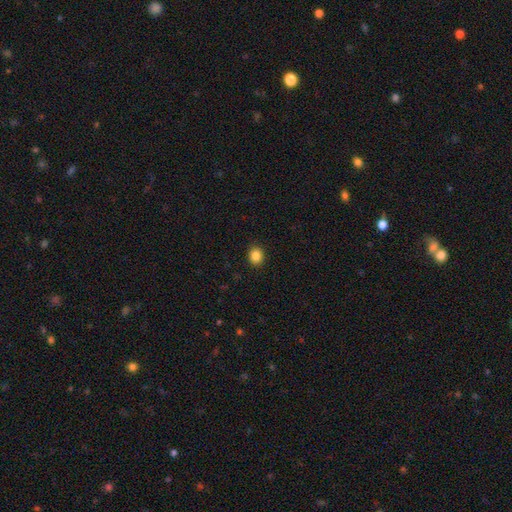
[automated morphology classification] Smooth or featured? Predicted: smooth (p=0.85). How rounded? Predicted: round (p=0.67). Merging? Predicted: none (p=0.91).